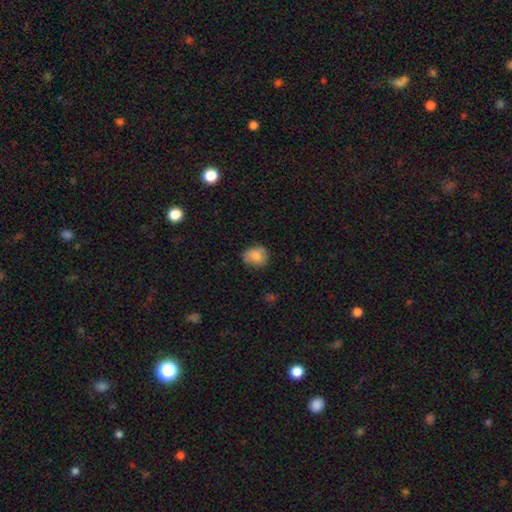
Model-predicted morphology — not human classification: Smooth or featured?
  - smooth: 81% *
  - featured or disk: 10%
  - star or artifact: 9%
How rounded?
  - round: 62% *
  - in between: 37%
  - cigar-shaped: 1%
Merging?
  - none: 66% *
  - minor disturbance: 26%
  - major disturbance: 7%
  - merger: 2%